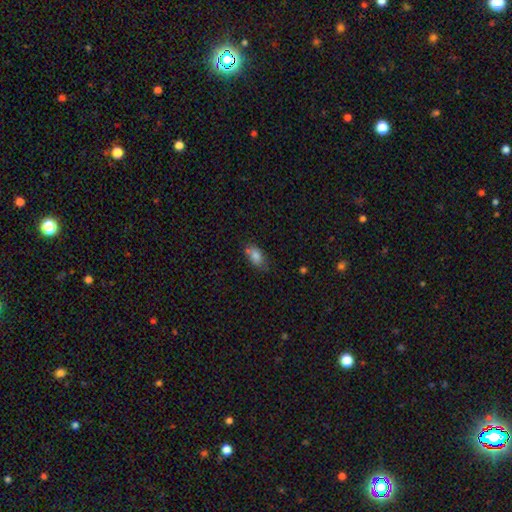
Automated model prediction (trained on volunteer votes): A smooth galaxy with no disk features (81%) that is in between round and cigar-shaped (88%).

Vote fractions:
- Smooth or featured? smooth: 81% / featured or disk: 10% / star or artifact: 9%
- How rounded? in between: 88% / round: 8% / cigar-shaped: 4%
- Merging? none: 57% / minor disturbance: 23% / merger: 14% / major disturbance: 6%